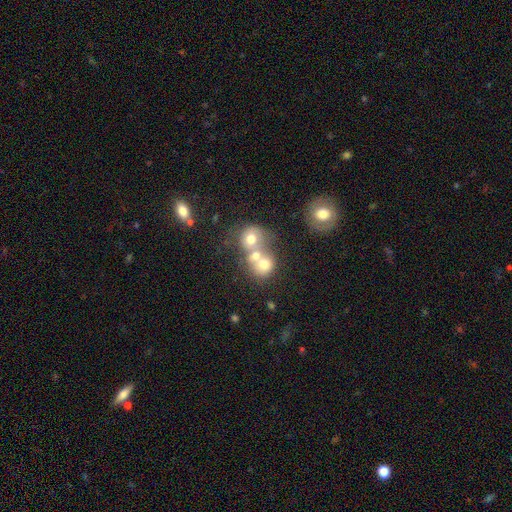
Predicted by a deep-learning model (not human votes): This is likely a smooth galaxy (64%). How rounded: likely round (73%). Merging: likely merger (63%).